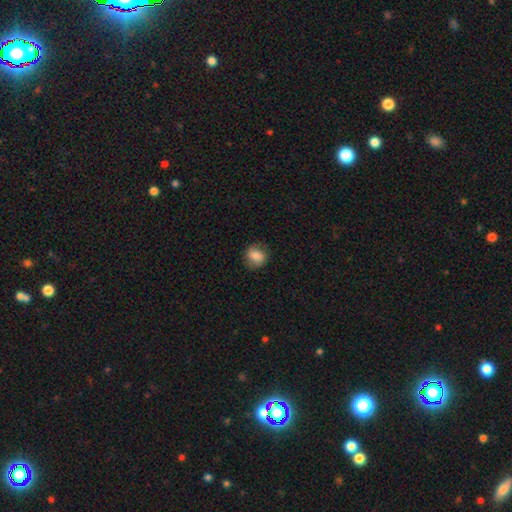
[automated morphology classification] Smooth or featured? smooth (82%)
How rounded? round (73%)
Merging? none (81%)